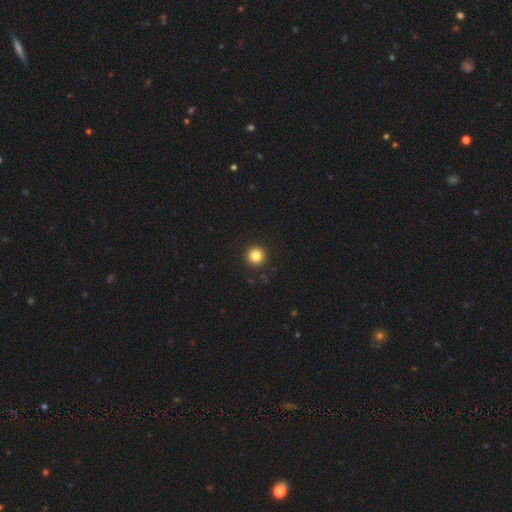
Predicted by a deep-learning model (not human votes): smooth 84%, star or artifact 11%, featured or disk 5%. Down the decision tree: how rounded — round (96%); merging — none (93%).